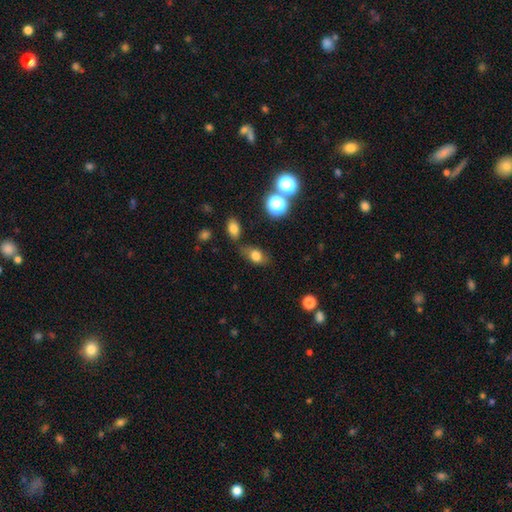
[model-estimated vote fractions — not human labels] A smooth galaxy with no disk features (75%) that is in between round and cigar-shaped (77%).

Vote fractions:
- Smooth or featured? smooth: 75% / star or artifact: 12% / featured or disk: 12%
- How rounded? in between: 77% / round: 20% / cigar-shaped: 3%
- Merging? none: 64% / minor disturbance: 21% / merger: 8% / major disturbance: 7%